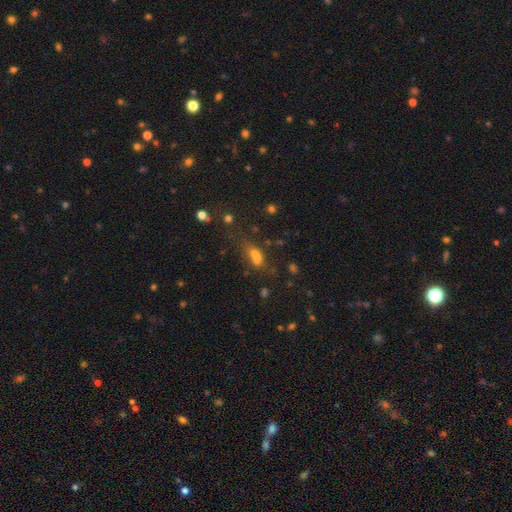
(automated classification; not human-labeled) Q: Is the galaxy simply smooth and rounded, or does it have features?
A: smooth — 60%.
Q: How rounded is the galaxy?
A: in between — 61%.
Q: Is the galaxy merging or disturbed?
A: merger — 44%.